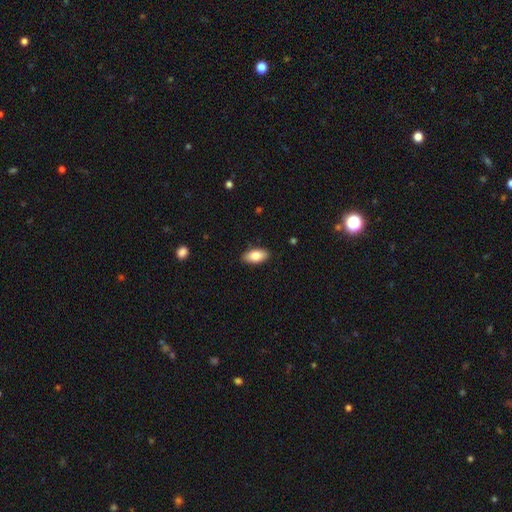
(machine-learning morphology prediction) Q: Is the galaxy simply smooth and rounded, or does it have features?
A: smooth — 82%.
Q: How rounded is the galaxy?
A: in between — 92%.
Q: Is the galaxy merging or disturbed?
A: none — 88%.